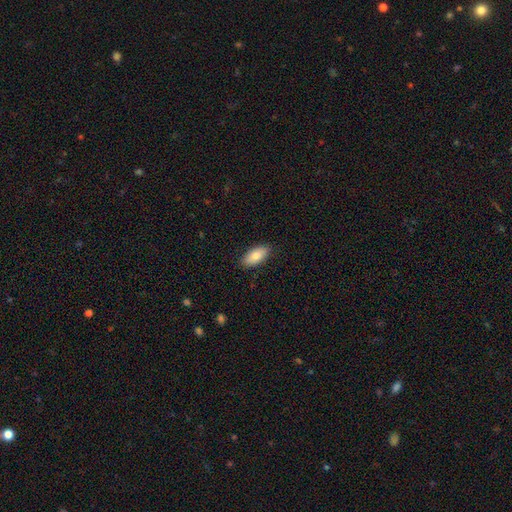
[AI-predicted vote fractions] Q: Smooth or featured?
A: smooth (80%); runner-up: featured or disk (13%)
Q: How rounded?
A: in between (90%); runner-up: cigar-shaped (8%)
Q: Merging?
A: none (88%); runner-up: minor disturbance (9%)